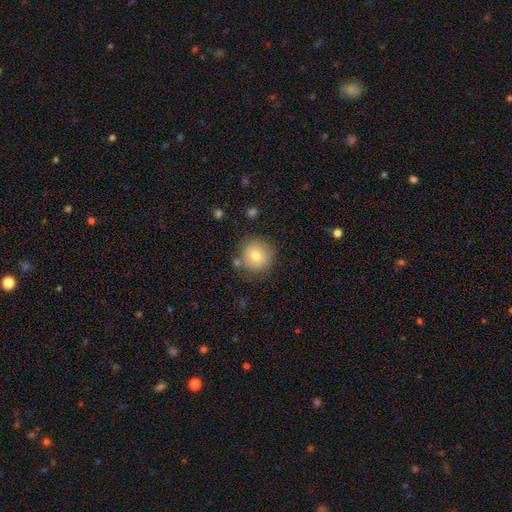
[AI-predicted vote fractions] The model was most divided on "smooth or featured": smooth: 75%, featured or disk: 16%, star or artifact: 9%. More confident: how rounded — round (94%); merging — none (80%).